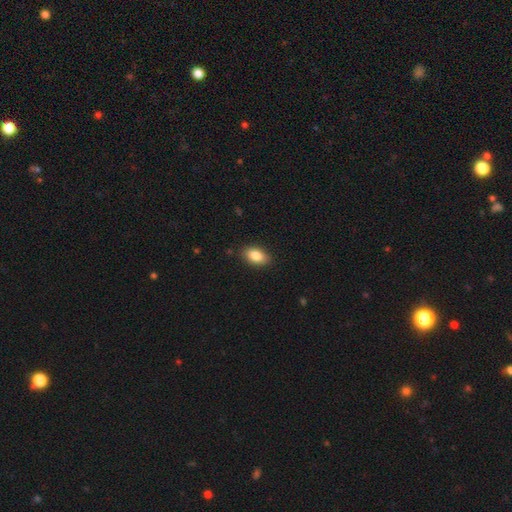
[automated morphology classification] The model was most divided on "smooth or featured": smooth: 85%, featured or disk: 8%, star or artifact: 7%. More confident: how rounded — in between (90%); merging — none (88%).